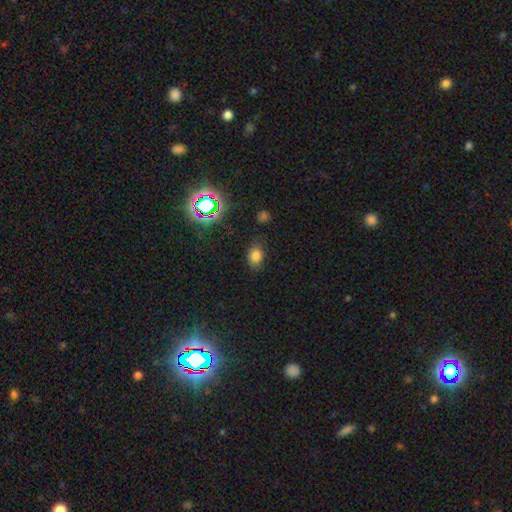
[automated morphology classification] smooth 75%, star or artifact 18%, featured or disk 7%. Down the decision tree: how rounded — in between (71%); merging — none (79%).